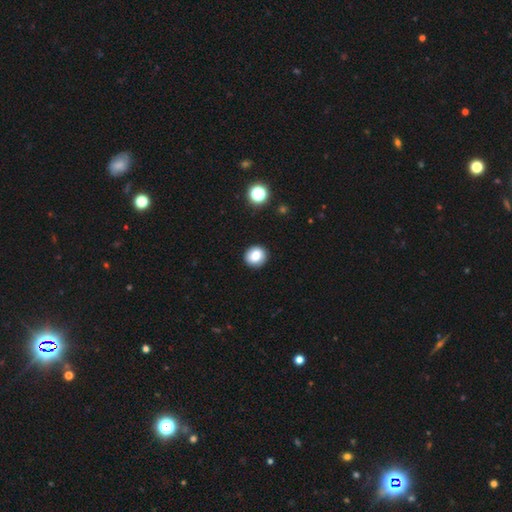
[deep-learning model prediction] Smooth or featured? smooth (82%)
How rounded? round (82%)
Merging? none (89%)